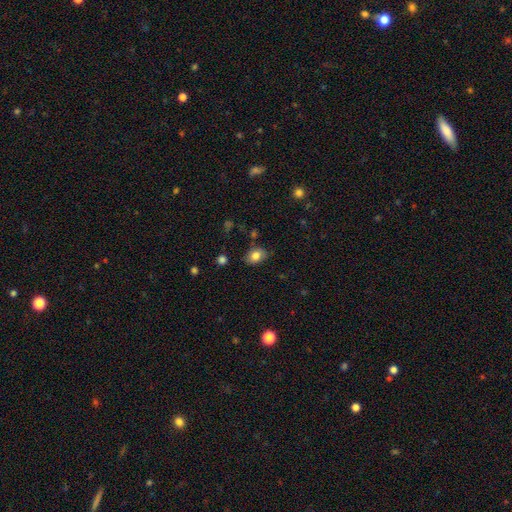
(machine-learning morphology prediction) Overall: smooth (80%). How rounded: in between (75%). Merging: none (79%).